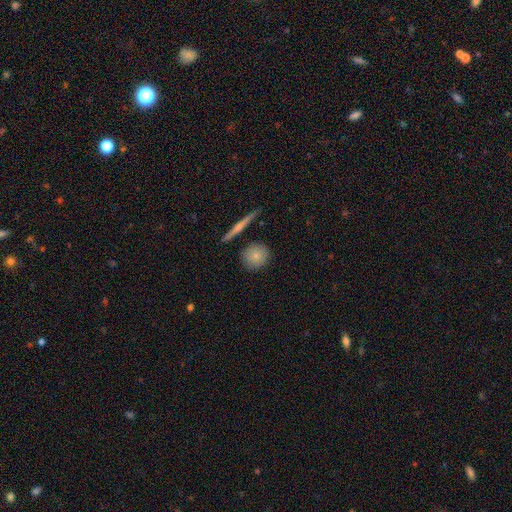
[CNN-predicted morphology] smooth 78%, featured or disk 15%, star or artifact 7%. Down the decision tree: how rounded — round (86%); merging — none (85%).